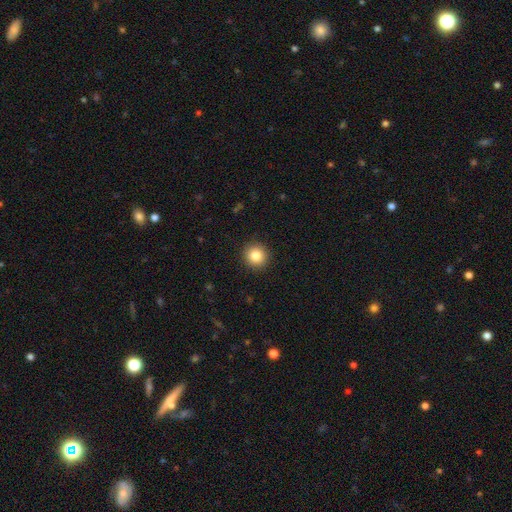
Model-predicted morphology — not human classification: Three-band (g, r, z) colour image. It shows a smooth galaxy with no disk features (84%) that is round (94%). Merging: none (92%).